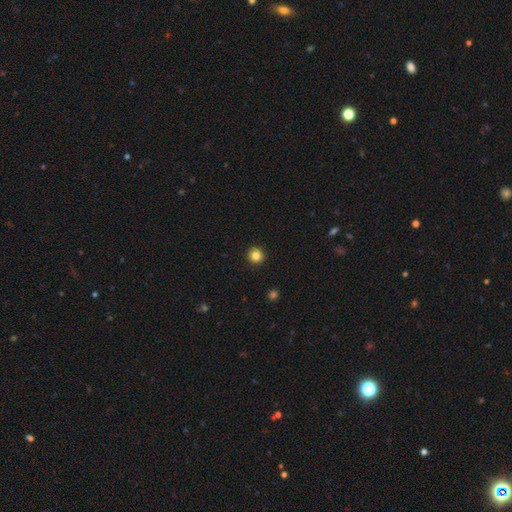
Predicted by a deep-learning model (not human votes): smooth 84%, star or artifact 11%, featured or disk 5%. Down the decision tree: how rounded — round (96%); merging — none (94%).